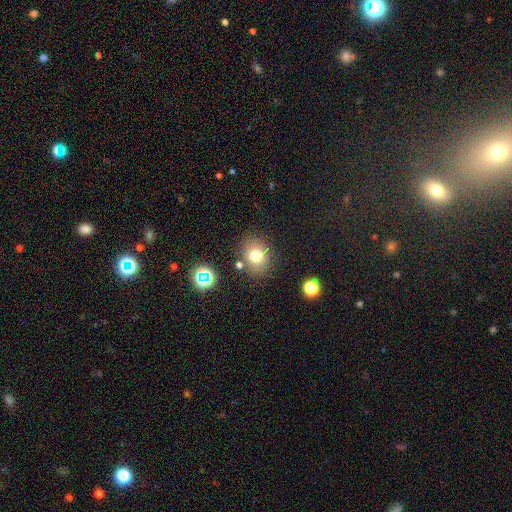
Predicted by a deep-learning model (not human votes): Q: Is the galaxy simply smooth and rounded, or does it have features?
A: smooth — 72%.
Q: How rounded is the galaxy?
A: round — 62%.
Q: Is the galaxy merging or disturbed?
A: none — 76%.